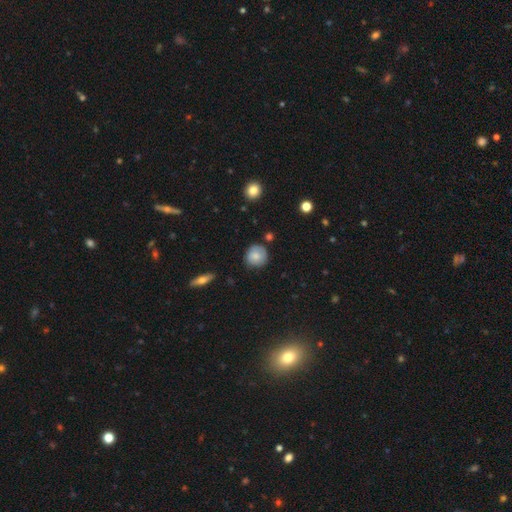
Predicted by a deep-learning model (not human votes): Q: Smooth or featured?
A: smooth (75%); runner-up: featured or disk (18%)
Q: How rounded?
A: round (90%); runner-up: in between (9%)
Q: Merging?
A: none (79%); runner-up: minor disturbance (16%)